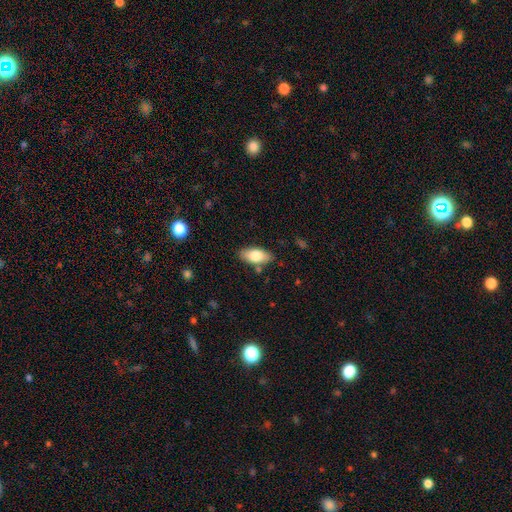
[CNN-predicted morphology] Smooth or featured? smooth (79%)
How rounded? in between (91%)
Merging? none (83%)